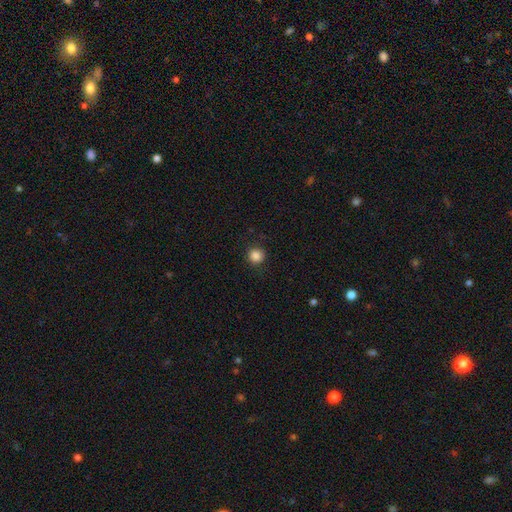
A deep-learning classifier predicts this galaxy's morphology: Smooth or featured?
  - smooth: 86% *
  - star or artifact: 11%
  - featured or disk: 3%
How rounded?
  - round: 93% *
  - in between: 6%
  - cigar-shaped: 1%
Merging?
  - none: 89% *
  - minor disturbance: 8%
  - major disturbance: 3%
  - merger: 1%